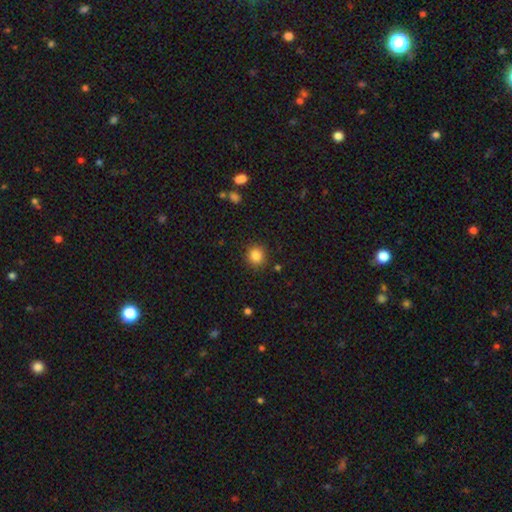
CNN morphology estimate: type=smooth (85%); roundness=round (87%); merging=none (87%).